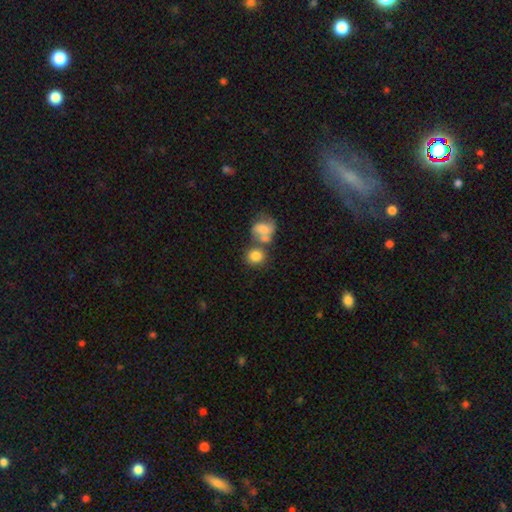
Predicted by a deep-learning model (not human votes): Smooth or featured: smooth — 79% (featured or disk — 13%)
How rounded: round — 75% (in between — 24%)
Merging: none — 46% (merger — 38%)